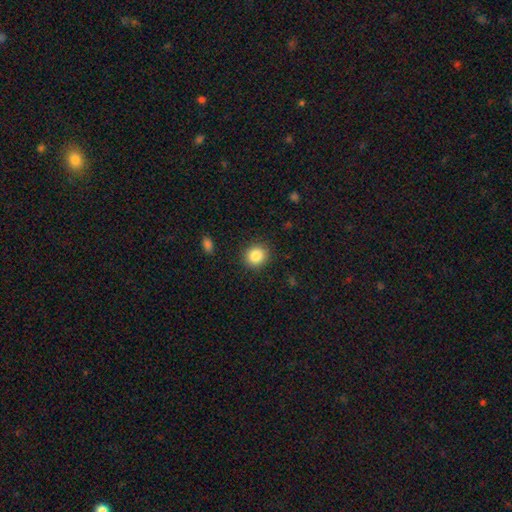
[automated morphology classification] A smooth galaxy with no disk features (86%) that is round (83%).

Vote fractions:
- Smooth or featured? smooth: 86% / star or artifact: 9% / featured or disk: 5%
- How rounded? round: 83% / in between: 16% / cigar-shaped: 1%
- Merging? none: 89% / minor disturbance: 7% / major disturbance: 2% / merger: 1%